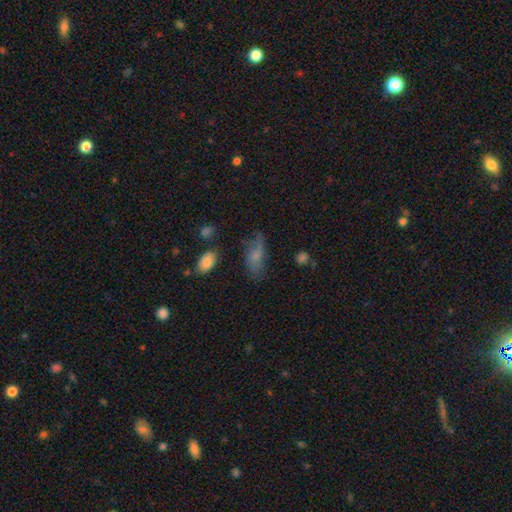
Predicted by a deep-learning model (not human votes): Smooth or featured?
  - smooth: 60% *
  - featured or disk: 29%
  - star or artifact: 11%
How rounded?
  - in between: 81% *
  - cigar-shaped: 14%
  - round: 5%
Merging?
  - none: 55% *
  - minor disturbance: 27%
  - major disturbance: 14%
  - merger: 3%